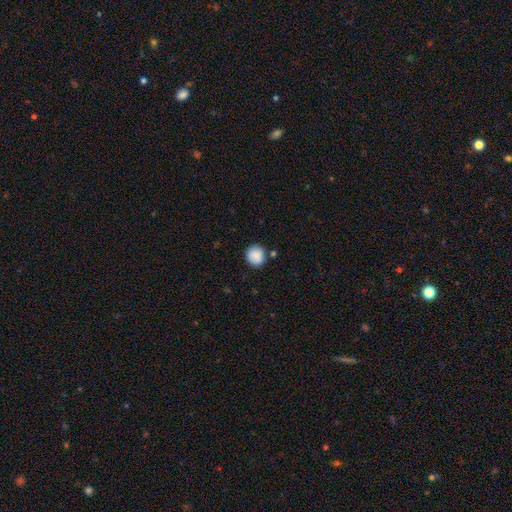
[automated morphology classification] Smooth or featured? Predicted: smooth (p=0.88). How rounded? Predicted: round (p=0.88). Merging? Predicted: none (p=0.81).